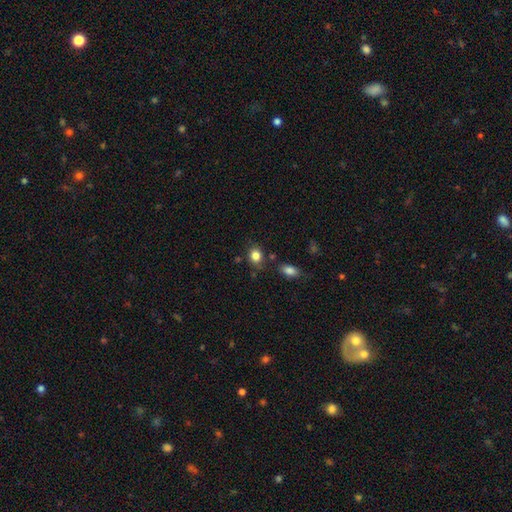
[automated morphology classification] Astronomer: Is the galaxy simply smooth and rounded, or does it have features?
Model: smooth — 84%.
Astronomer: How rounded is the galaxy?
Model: round — 64%.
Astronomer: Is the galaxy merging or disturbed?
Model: none — 75%.